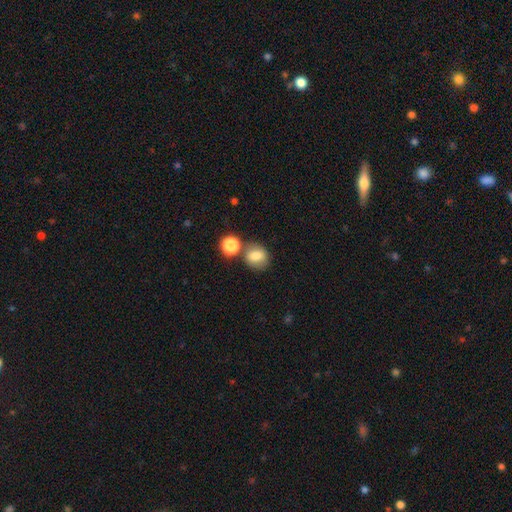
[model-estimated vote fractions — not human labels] Overall: smooth (77%). How rounded: round (64%; in between 35%). Merging: none (62%).